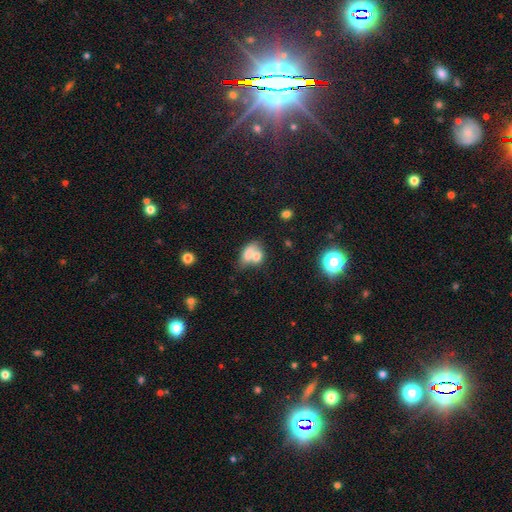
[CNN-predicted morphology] smooth-or-featured: smooth: 71% | featured or disk: 18% | star or artifact: 11%
  how-rounded: in between: 74% | round: 20% | cigar-shaped: 6%
  merging: merger: 58% | none: 26% | minor disturbance: 10% | major disturbance: 7%